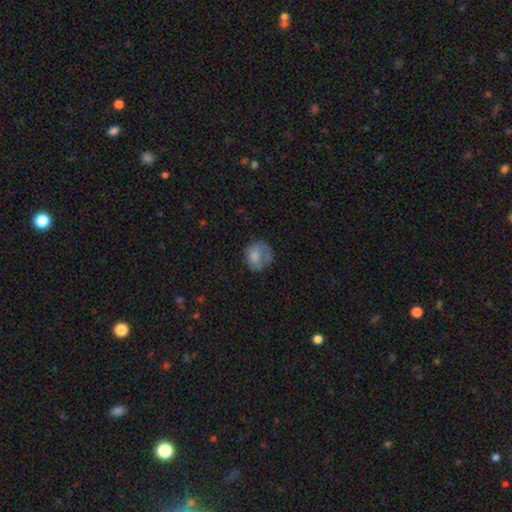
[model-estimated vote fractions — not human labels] This is likely a smooth galaxy (69%). How rounded: likely round (77%). Merging: possibly none (52%).